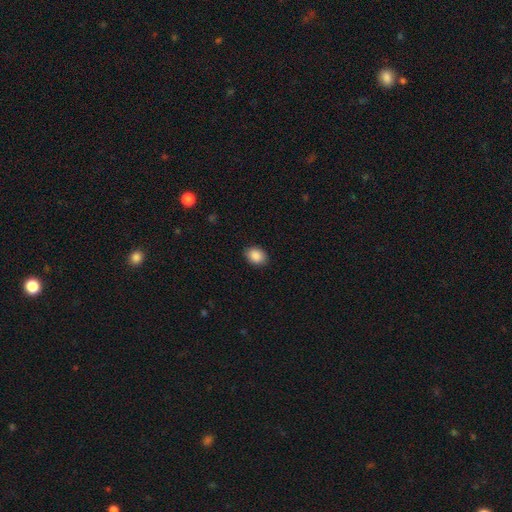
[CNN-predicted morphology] Smooth or featured?
  - smooth: 89% *
  - star or artifact: 8%
  - featured or disk: 4%
How rounded?
  - in between: 65% *
  - round: 34%
  - cigar-shaped: 1%
Merging?
  - none: 87% *
  - minor disturbance: 10%
  - major disturbance: 2%
  - merger: 1%